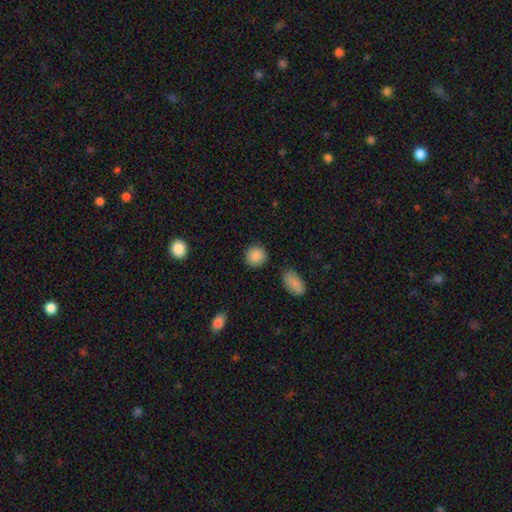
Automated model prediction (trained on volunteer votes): Smooth or featured?
  - smooth: 88% *
  - star or artifact: 8%
  - featured or disk: 4%
How rounded?
  - round: 90% *
  - in between: 9%
  - cigar-shaped: 1%
Merging?
  - none: 87% *
  - minor disturbance: 8%
  - merger: 3%
  - major disturbance: 2%